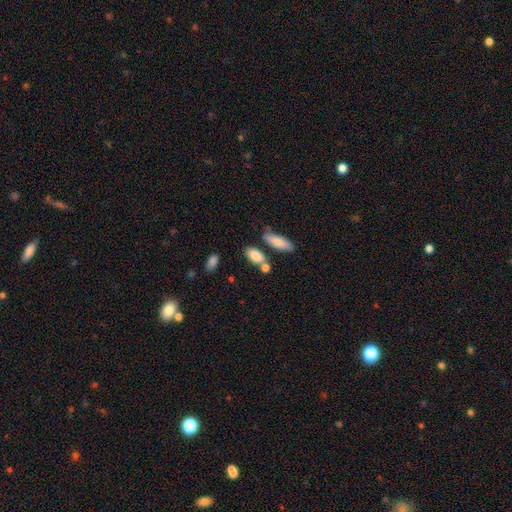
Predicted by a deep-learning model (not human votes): This appears to be a smooth galaxy with no disk features (83%) that is in between round and cigar-shaped (82%). Merging: none (62%).